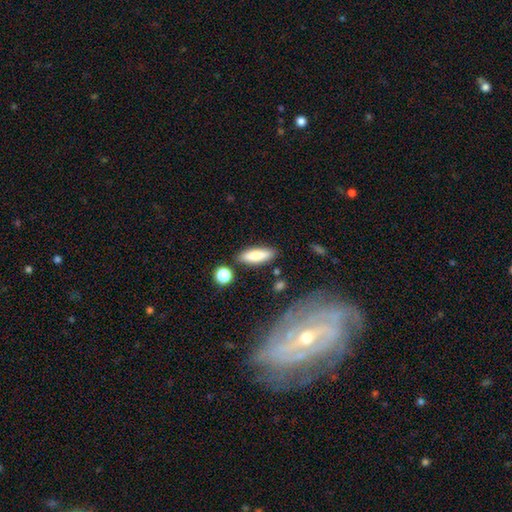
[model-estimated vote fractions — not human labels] A smooth galaxy with no disk features (80%) that is in between round and cigar-shaped (51%). Merging: none (82%).